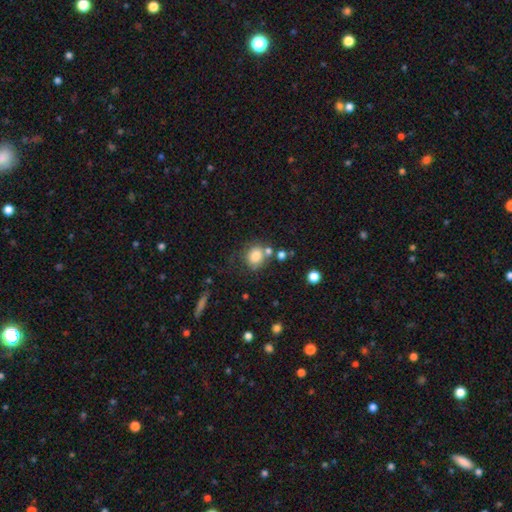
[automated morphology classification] This appears to be a smooth galaxy with no disk features (82%) that is round (74%). Merging: none (57%).